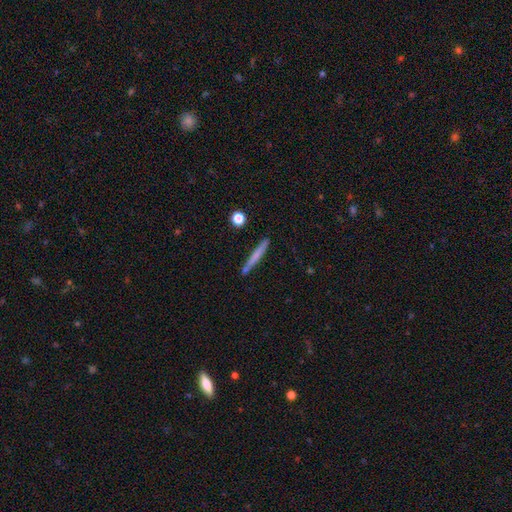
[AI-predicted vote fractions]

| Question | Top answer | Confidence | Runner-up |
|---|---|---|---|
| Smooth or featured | smooth | 61% | featured or disk (33%) |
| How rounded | cigar-shaped | 96% | in between (3%) |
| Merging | none | 84% | minor disturbance (10%) |